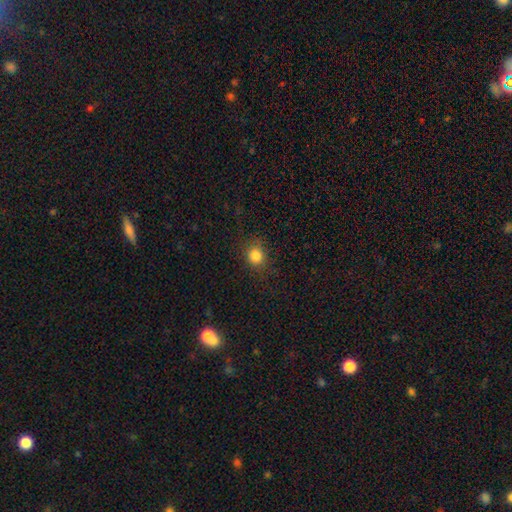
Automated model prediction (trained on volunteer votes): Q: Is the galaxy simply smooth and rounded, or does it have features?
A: smooth — 83%.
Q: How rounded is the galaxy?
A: round — 81%.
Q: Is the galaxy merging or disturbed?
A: none — 84%.